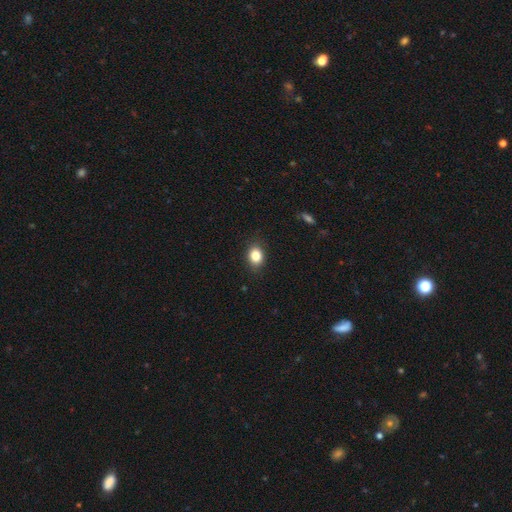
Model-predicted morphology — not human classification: Smooth or featured: smooth — 83% (star or artifact — 10%)
How rounded: in between — 58% (round — 40%)
Merging: none — 86% (minor disturbance — 11%)